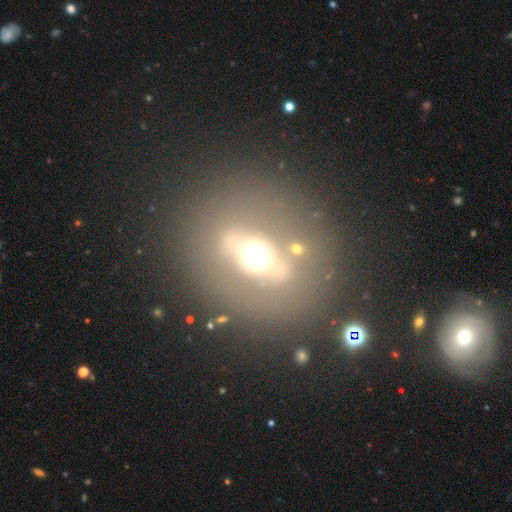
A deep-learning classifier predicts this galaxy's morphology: Q: Smooth or featured?
A: featured or disk (46%); runner-up: smooth (36%)
Q: Merging?
A: none (81%); runner-up: minor disturbance (9%)